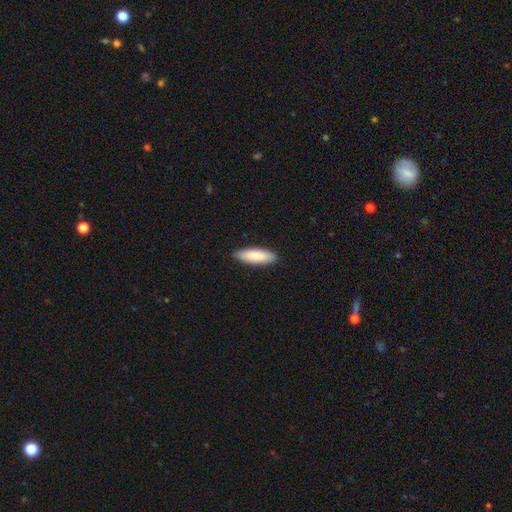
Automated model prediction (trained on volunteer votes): Overall: smooth (87%). How rounded: in between (55%; cigar-shaped 44%). Merging: none (90%).